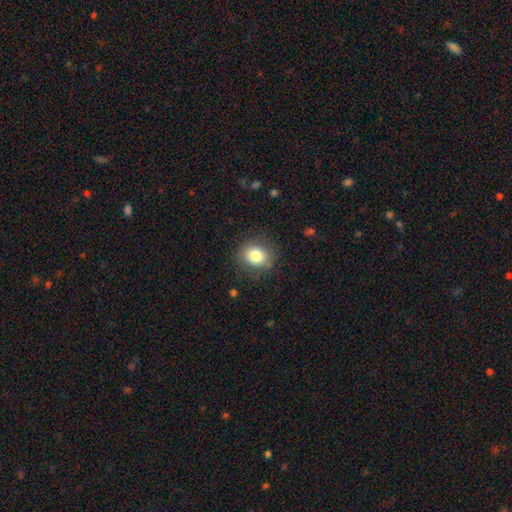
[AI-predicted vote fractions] Q: Smooth or featured?
A: smooth (80%); runner-up: star or artifact (10%)
Q: How rounded?
A: round (74%); runner-up: in between (25%)
Q: Merging?
A: none (83%); runner-up: minor disturbance (12%)